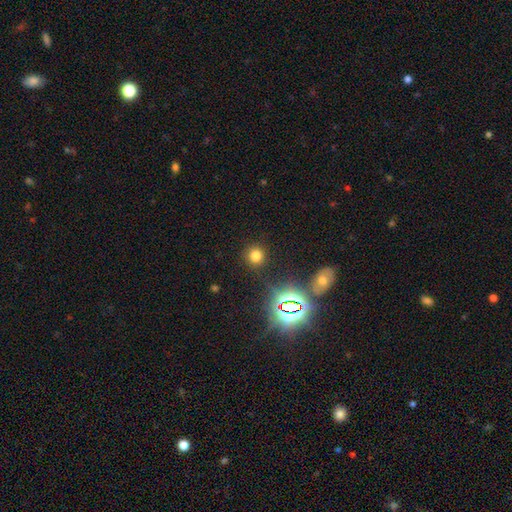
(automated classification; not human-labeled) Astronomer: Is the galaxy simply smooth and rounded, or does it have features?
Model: smooth — 71%.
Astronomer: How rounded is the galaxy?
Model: round — 91%.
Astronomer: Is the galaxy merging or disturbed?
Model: none — 88%.